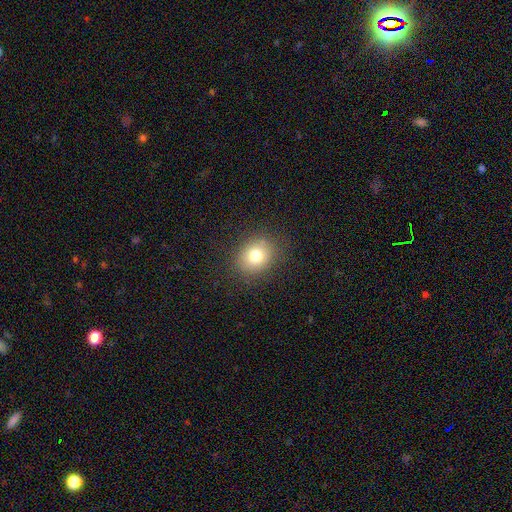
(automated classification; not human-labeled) A smooth galaxy with no disk features (77%) that is round (61%). Merging: none (85%).